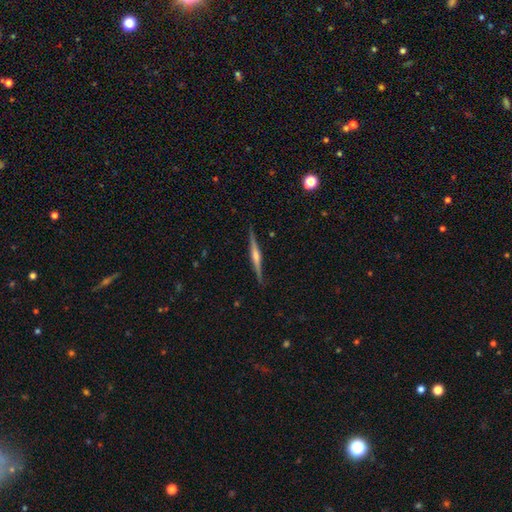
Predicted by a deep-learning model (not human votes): Smooth or featured?
  - featured or disk: 79% *
  - smooth: 16%
  - star or artifact: 5%
Edge-on disk?
  - yes: 98% *
  - no: 2%
Edge-on bulge?
  - rounded: 74% *
  - boxy: 14%
  - none: 12%
Merging?
  - none: 91% *
  - minor disturbance: 7%
  - major disturbance: 1%
  - merger: 1%